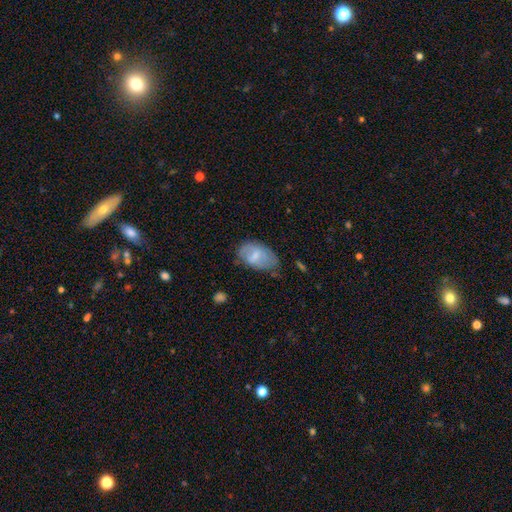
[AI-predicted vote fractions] Q: Smooth or featured?
A: smooth (57%); runner-up: featured or disk (37%)
Q: How rounded?
A: in between (92%); runner-up: round (7%)
Q: Merging?
A: none (52%); runner-up: minor disturbance (34%)